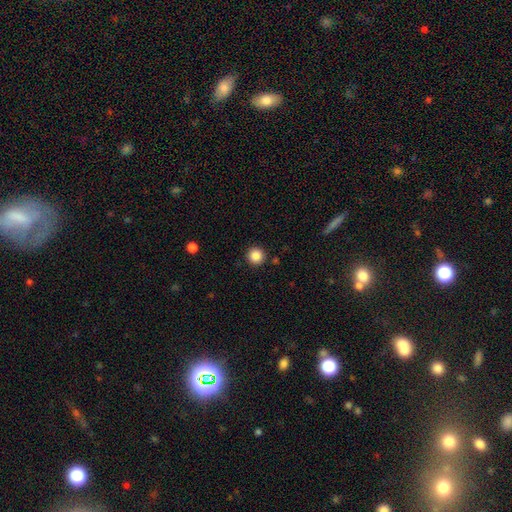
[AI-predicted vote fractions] smooth 87%, star or artifact 10%, featured or disk 3%. Down the decision tree: how rounded — round (96%); merging — none (91%).